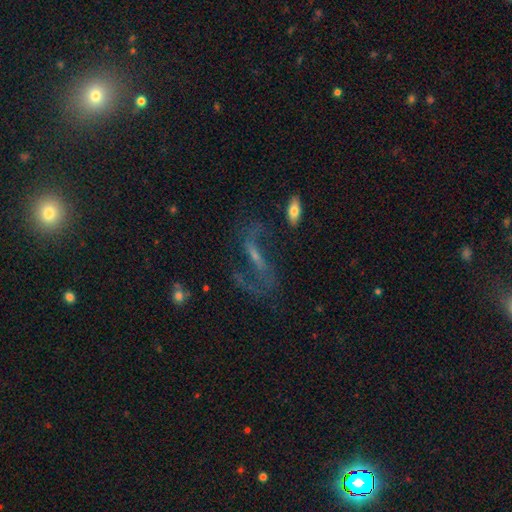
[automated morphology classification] Smooth or featured?
  - featured or disk: 71% *
  - star or artifact: 15%
  - smooth: 14%
Edge-on disk?
  - no: 89% *
  - yes: 11%
Bar?
  - weak: 40% *
  - strong: 39%
  - no: 21%
Spiral arms?
  - yes: 81% *
  - no: 19%
Spiral winding?
  - loose: 60% *
  - medium: 31%
  - tight: 9%
Spiral arm count?
  - 2: 82% *
  - can't tell: 8%
  - 1: 5%
  - 3: 2%
  - 4: 1%
  - more than 4: 1%
Bulge size?
  - small: 51% *
  - none: 22%
  - moderate: 22%
  - large: 3%
  - dominant: 1%
Merging?
  - none: 56% *
  - major disturbance: 23%
  - minor disturbance: 16%
  - merger: 6%